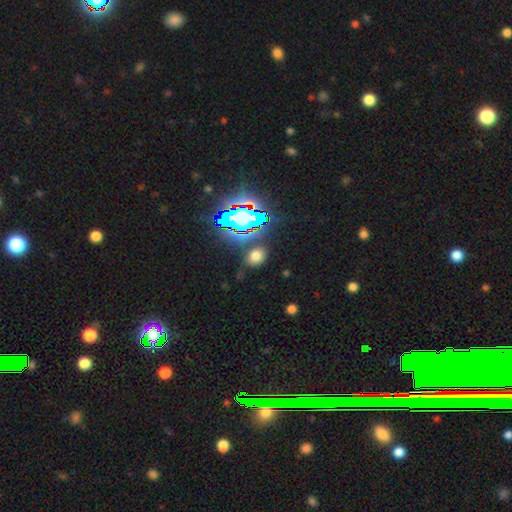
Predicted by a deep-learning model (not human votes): Q: Smooth or featured?
A: smooth (61%); runner-up: star or artifact (30%)
Q: How rounded?
A: in between (56%); runner-up: round (42%)
Q: Merging?
A: none (81%); runner-up: minor disturbance (11%)